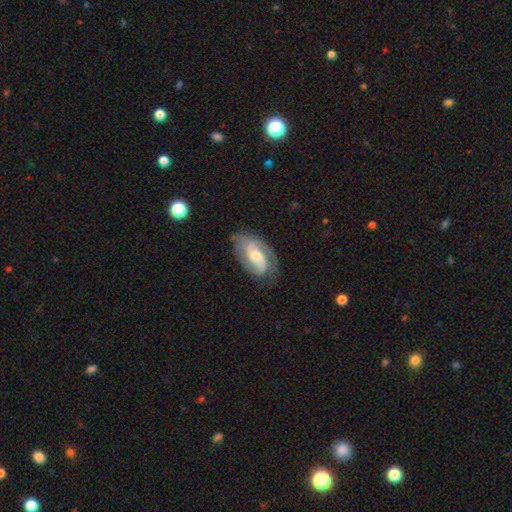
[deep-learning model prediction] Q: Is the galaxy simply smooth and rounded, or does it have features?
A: featured or disk — 80%.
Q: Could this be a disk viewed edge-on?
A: no — 96%.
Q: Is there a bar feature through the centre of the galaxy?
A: no — 44%.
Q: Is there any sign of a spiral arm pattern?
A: yes — 94%.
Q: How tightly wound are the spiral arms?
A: medium — 46%.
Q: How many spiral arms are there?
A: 2 — 75%.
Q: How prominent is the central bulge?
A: moderate — 59%.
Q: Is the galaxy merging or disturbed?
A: none — 70%.